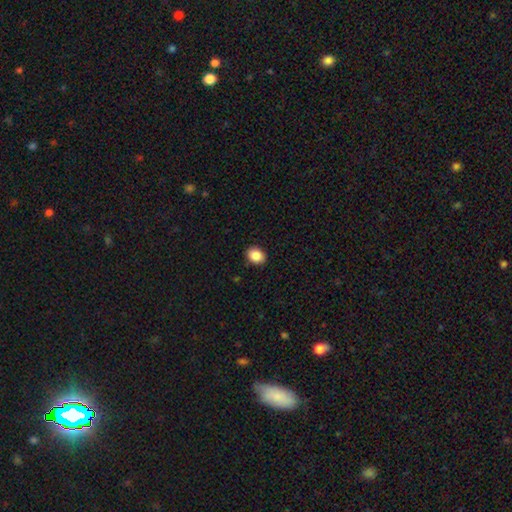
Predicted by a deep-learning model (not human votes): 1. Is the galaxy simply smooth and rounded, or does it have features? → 88% smooth, 8% star or artifact, 4% featured or disk.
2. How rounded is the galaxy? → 61% in between, 38% round, 1% cigar-shaped.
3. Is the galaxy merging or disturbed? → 91% none, 7% minor disturbance, 2% major disturbance, 1% merger.